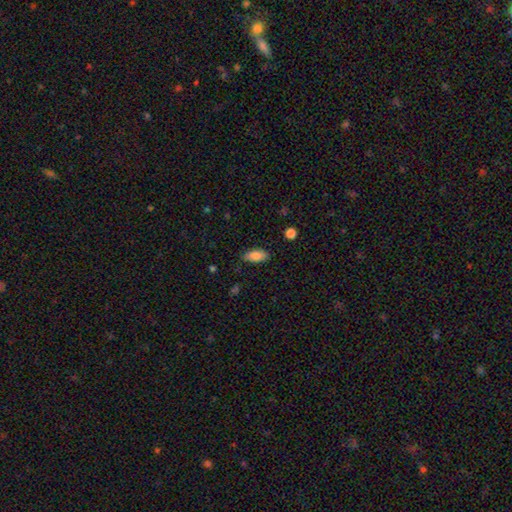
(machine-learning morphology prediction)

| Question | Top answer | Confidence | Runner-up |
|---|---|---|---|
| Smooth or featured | smooth | 85% | featured or disk (8%) |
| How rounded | in between | 91% | cigar-shaped (6%) |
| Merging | none | 82% | minor disturbance (14%) |